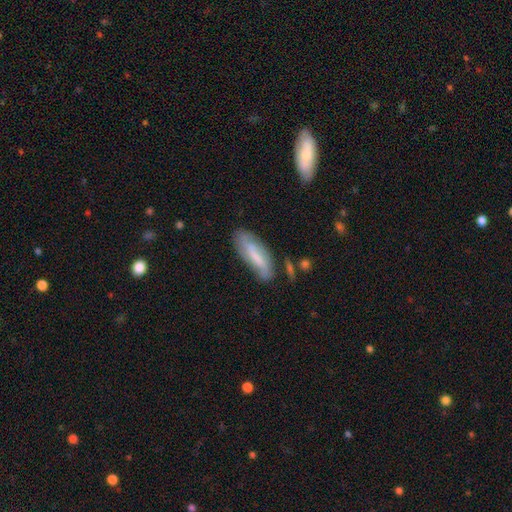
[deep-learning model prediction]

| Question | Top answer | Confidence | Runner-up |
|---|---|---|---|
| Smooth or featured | smooth | 55% | featured or disk (37%) |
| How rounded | in between | 51% | cigar-shaped (47%) |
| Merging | none | 66% | minor disturbance (24%) |